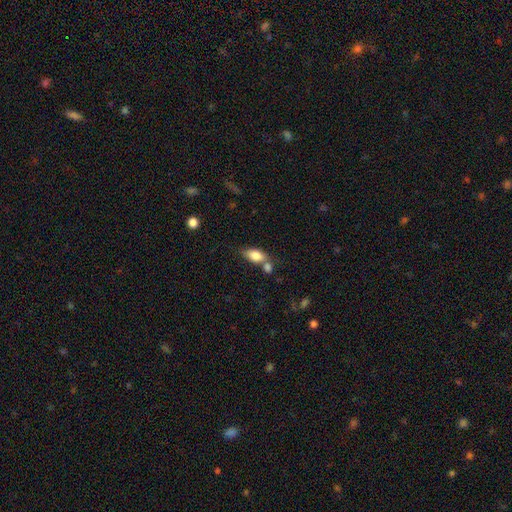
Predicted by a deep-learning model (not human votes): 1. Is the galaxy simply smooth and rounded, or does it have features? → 80% smooth, 12% featured or disk, 8% star or artifact.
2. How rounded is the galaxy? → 86% in between, 7% cigar-shaped, 7% round.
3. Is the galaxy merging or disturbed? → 47% none, 33% merger, 15% minor disturbance, 5% major disturbance.